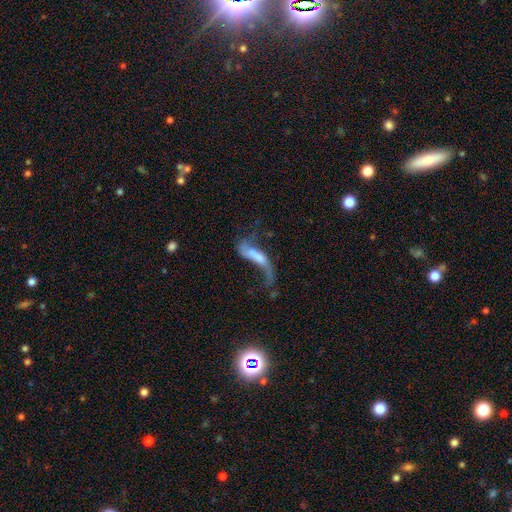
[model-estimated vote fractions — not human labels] smooth-or-featured: featured or disk: 62% | smooth: 29% | star or artifact: 9%
  disk-edge-on: no: 85% | yes: 15%
    bar: no: 42% | weak: 31% | strong: 27%
    has-spiral-arms: yes: 69% | no: 31%
    bulge-size: none: 40% | small: 26% | moderate: 21% | large: 10% | dominant: 3%
  merging: major disturbance: 42% | none: 25% | merger: 18% | minor disturbance: 14%